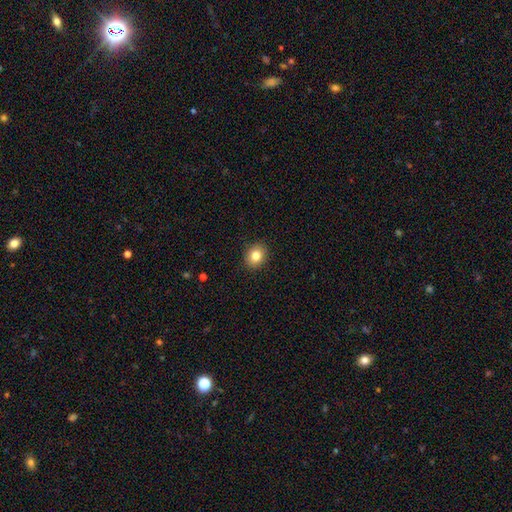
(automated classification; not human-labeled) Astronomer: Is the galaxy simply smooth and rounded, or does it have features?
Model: smooth — 82%.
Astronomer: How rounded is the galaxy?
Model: round — 62% (runner-up: in between, 37%).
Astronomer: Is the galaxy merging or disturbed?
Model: none — 91%.